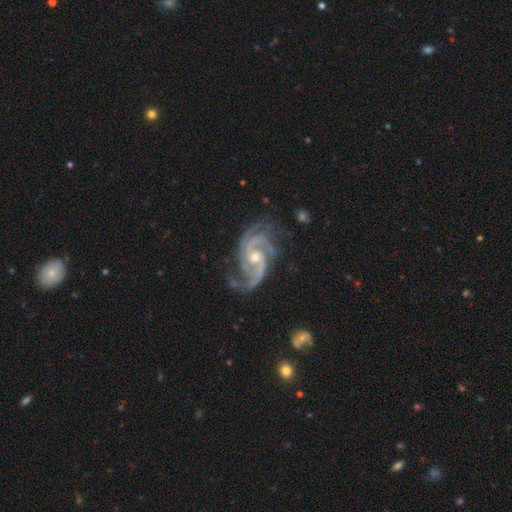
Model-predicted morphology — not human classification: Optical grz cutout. It shows a featured or disk galaxy (92%) with no bar (43%), 2 (66%) medium (53%) spiral arms (98%) and a moderate central bulge (51%). Merging: none (67%).